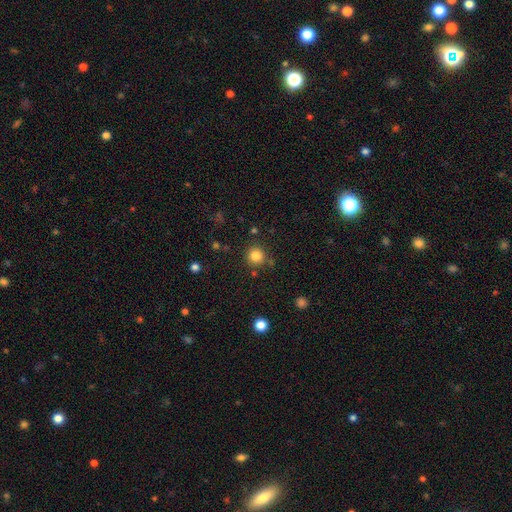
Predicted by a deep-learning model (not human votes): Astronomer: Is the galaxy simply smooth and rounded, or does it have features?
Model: smooth — 83%.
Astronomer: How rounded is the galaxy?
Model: round — 94%.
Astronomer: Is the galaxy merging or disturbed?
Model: none — 85%.